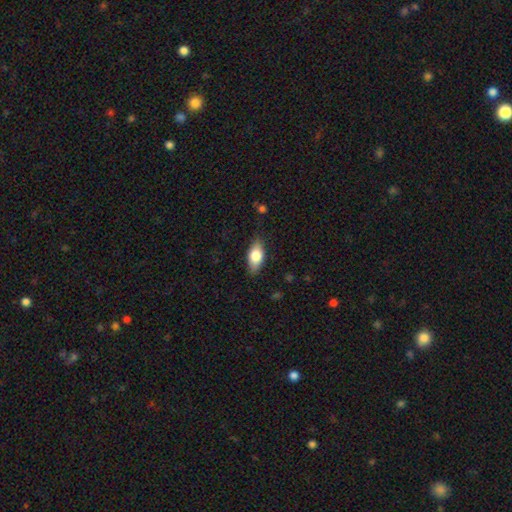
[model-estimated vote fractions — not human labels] smooth 75%, featured or disk 19%, star or artifact 7%. Down the decision tree: how rounded — in between (87%); merging — none (82%).